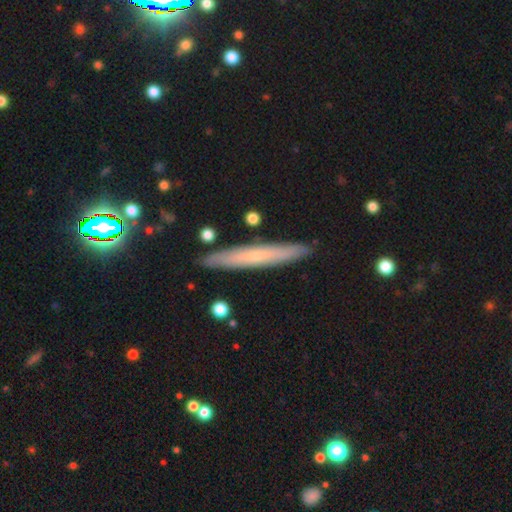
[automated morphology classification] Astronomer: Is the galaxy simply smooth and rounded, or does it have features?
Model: smooth — 49% (runner-up: featured or disk, 44%).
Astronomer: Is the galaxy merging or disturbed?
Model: none — 89%.